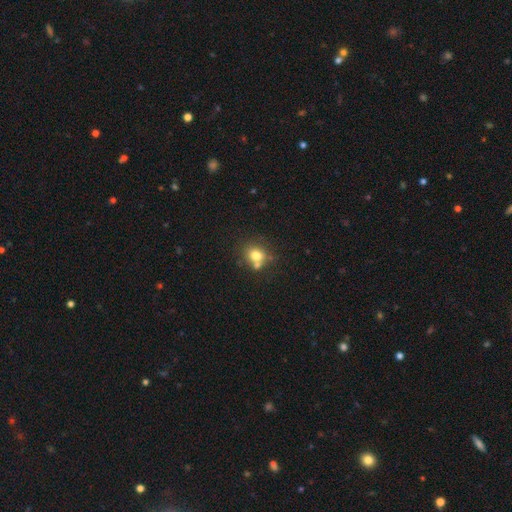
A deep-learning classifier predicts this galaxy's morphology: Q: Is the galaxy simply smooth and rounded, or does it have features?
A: smooth — 75%.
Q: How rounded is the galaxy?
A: round — 68%.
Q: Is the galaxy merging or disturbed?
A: none — 54%.